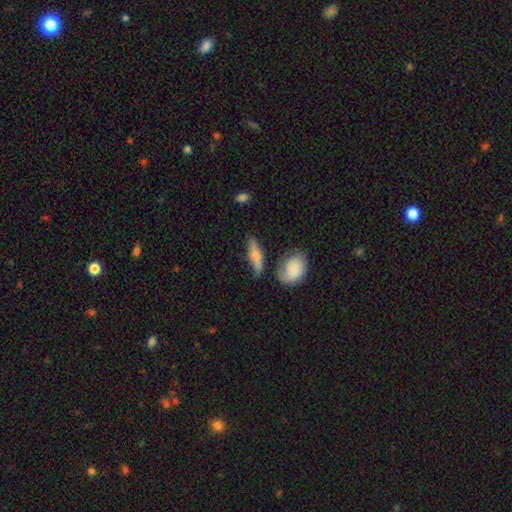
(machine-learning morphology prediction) smooth_or_featured: smooth (p=0.60) [alt: featured or disk p=0.33]
how_rounded: cigar-shaped (p=0.53) [alt: in between p=0.41]
merging: none (p=0.72) [alt: minor disturbance p=0.16]